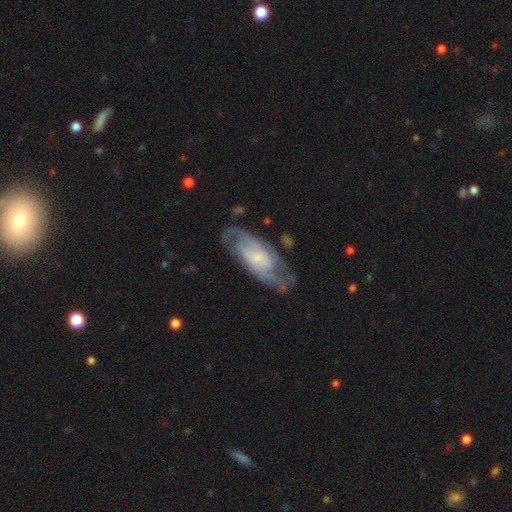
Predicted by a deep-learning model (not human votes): Smooth or featured: featured or disk — 78% (smooth — 16%)
Edge-on disk: no — 91% (yes — 9%)
Bar: no — 53% (weak — 37%)
Spiral arms: yes — 92% (no — 8%)
Spiral winding: medium — 46% (tight — 37%)
Spiral arm count: 2 — 63% (can't tell — 21%)
Bulge size: small — 54% (none — 21%)
Merging: none — 68% (minor disturbance — 19%)